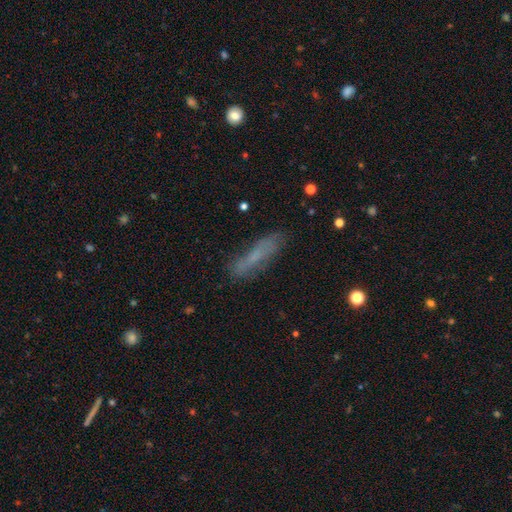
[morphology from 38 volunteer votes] smooth 58%, featured or disk 34%, star or artifact 8%. Down the decision tree: how rounded — cigar-shaped (82%); merging — none (74%).